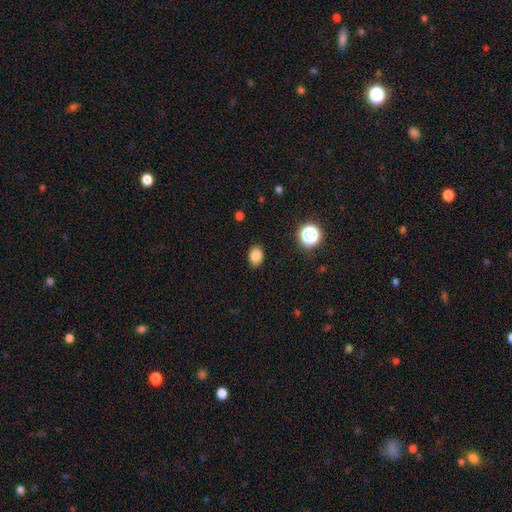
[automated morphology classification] smooth-or-featured: smooth: 83% | star or artifact: 11% | featured or disk: 5%
  how-rounded: in between: 68% | round: 31% | cigar-shaped: 1%
  merging: none: 88% | minor disturbance: 9% | major disturbance: 2% | merger: 1%